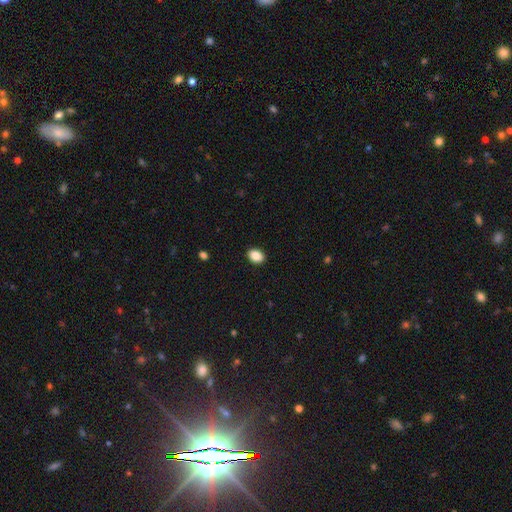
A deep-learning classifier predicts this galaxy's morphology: A smooth galaxy with no disk features (88%) that is in between round and cigar-shaped (77%). Merging: none (90%).